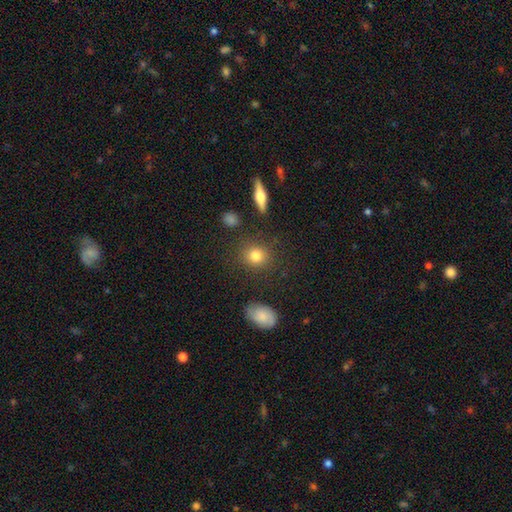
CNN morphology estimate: smooth_or_featured: smooth (p=0.81) [alt: star or artifact p=0.10]
how_rounded: round (p=0.81) [alt: in between p=0.18]
merging: none (p=0.85) [alt: minor disturbance p=0.09]